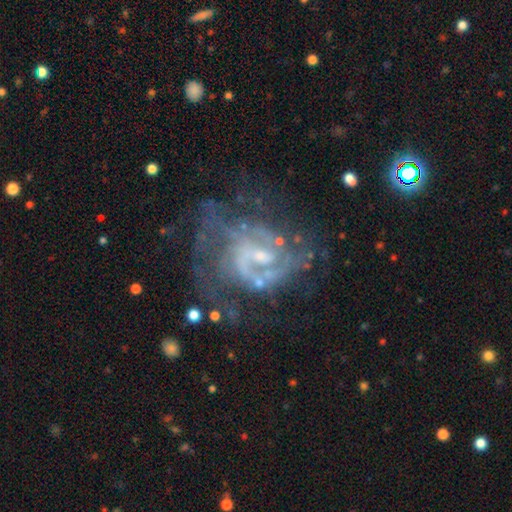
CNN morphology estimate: type=featured or disk (84%); edge-on=no (98%); bar=weak (46%); spiral arms=yes (86%); winding=medium (44%); arm count=2 (38%); bulge=small (52%); merging=none (49%).